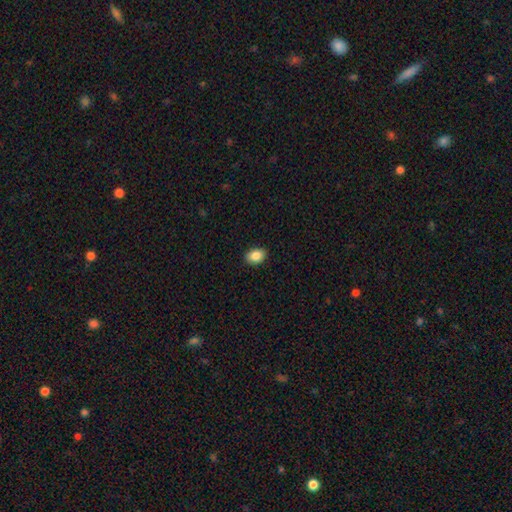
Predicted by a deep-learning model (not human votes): Q: Smooth or featured?
A: smooth (87%); runner-up: star or artifact (8%)
Q: How rounded?
A: in between (75%); runner-up: round (24%)
Q: Merging?
A: none (89%); runner-up: minor disturbance (8%)